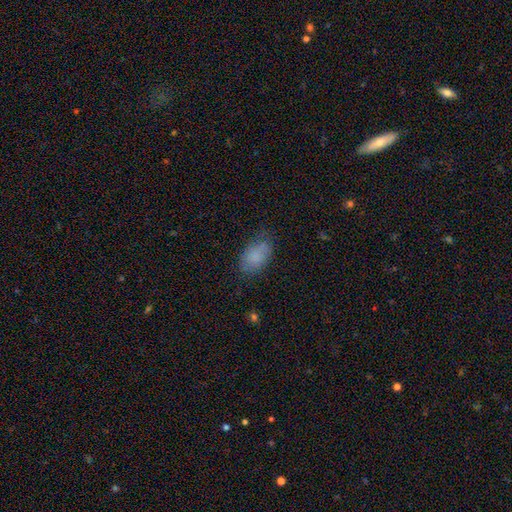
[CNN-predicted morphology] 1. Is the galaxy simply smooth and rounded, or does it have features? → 83% smooth, 9% featured or disk, 8% star or artifact.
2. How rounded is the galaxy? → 91% in between, 7% round, 2% cigar-shaped.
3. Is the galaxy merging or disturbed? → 67% none, 24% minor disturbance, 7% major disturbance, 2% merger.